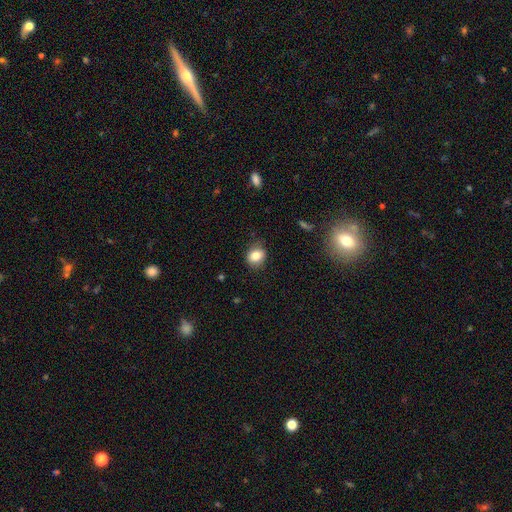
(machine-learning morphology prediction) smooth-or-featured: smooth: 84% | star or artifact: 9% | featured or disk: 7%
  how-rounded: round: 56% | in between: 43% | cigar-shaped: 1%
  merging: none: 77% | minor disturbance: 17% | major disturbance: 4% | merger: 1%